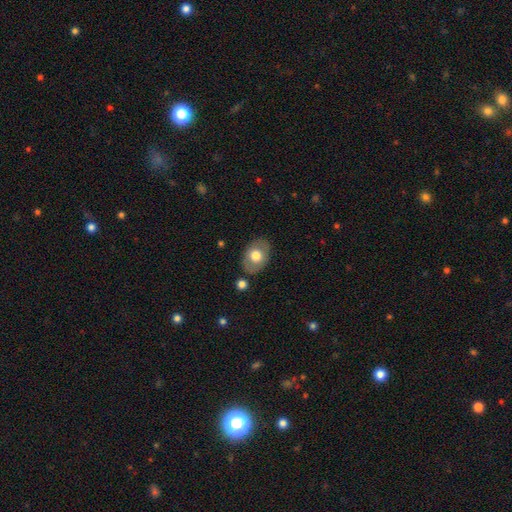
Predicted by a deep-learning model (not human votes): This is likely a smooth galaxy (67%). How rounded: likely in between (76%). Merging: clearly none (82%).